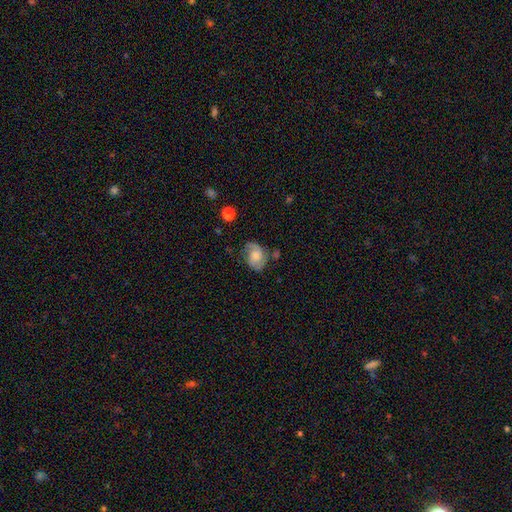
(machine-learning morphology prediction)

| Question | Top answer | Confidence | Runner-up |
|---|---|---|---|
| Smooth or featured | featured or disk | 57% | smooth (36%) |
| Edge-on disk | no | 97% | yes (3%) |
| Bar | no | 67% | weak (28%) |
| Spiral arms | yes | 87% | no (13%) |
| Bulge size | moderate | 48% | small (26%) |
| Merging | none | 60% | minor disturbance (25%) |